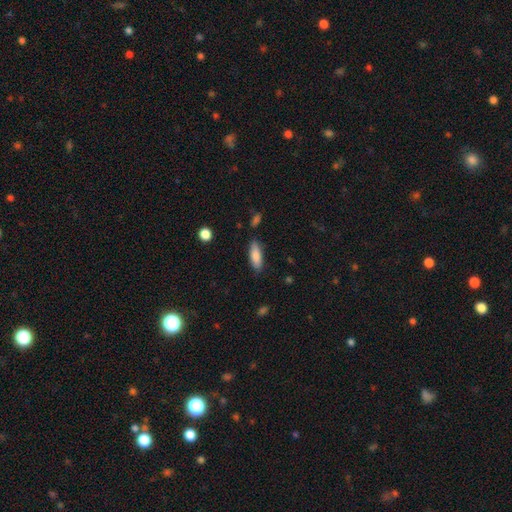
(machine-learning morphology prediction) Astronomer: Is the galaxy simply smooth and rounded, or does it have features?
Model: smooth — 83%.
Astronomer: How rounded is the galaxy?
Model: in between — 62%.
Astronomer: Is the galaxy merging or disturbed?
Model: none — 82%.